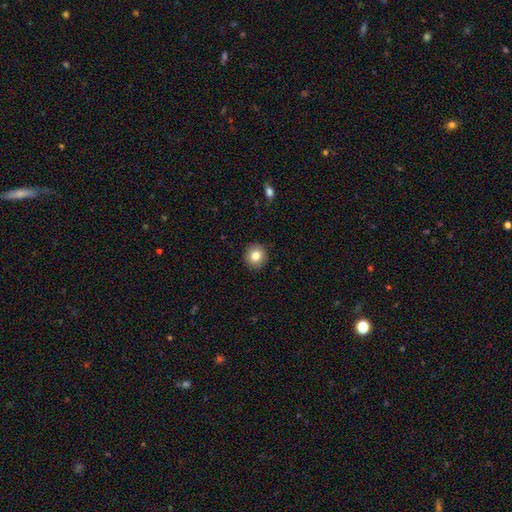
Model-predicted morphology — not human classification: This is clearly a smooth galaxy (81%). How rounded: clearly round (93%). Merging: clearly none (92%).